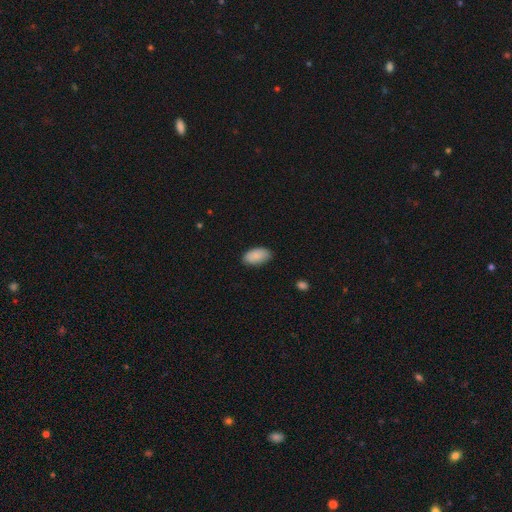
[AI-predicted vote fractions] Smooth or featured: smooth — 88% (star or artifact — 6%)
How rounded: in between — 95% (round — 3%)
Merging: none — 84% (minor disturbance — 13%)